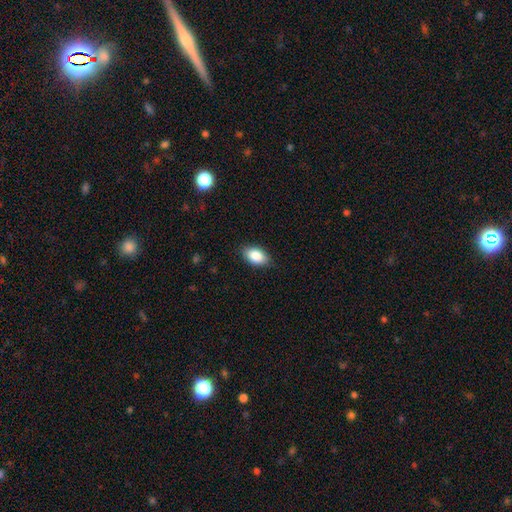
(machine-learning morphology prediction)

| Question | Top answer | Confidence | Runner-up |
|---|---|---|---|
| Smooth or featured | smooth | 87% | star or artifact (7%) |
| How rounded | in between | 91% | round (7%) |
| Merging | none | 84% | minor disturbance (13%) |